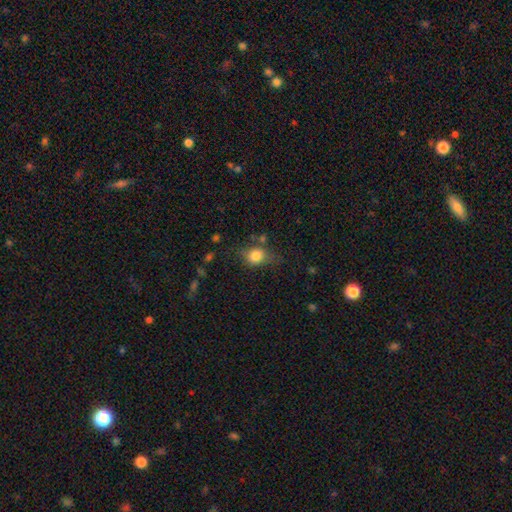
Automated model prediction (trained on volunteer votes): smooth 79%, featured or disk 11%, star or artifact 10%. Down the decision tree: how rounded — round (54%); merging — none (60%).